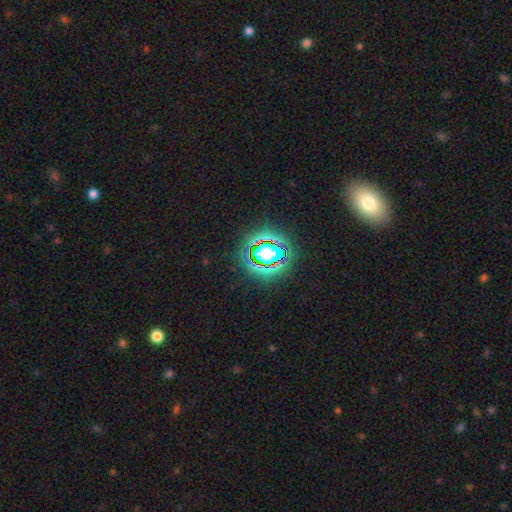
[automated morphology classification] Smooth or featured? Predicted: star or artifact (p=0.72).